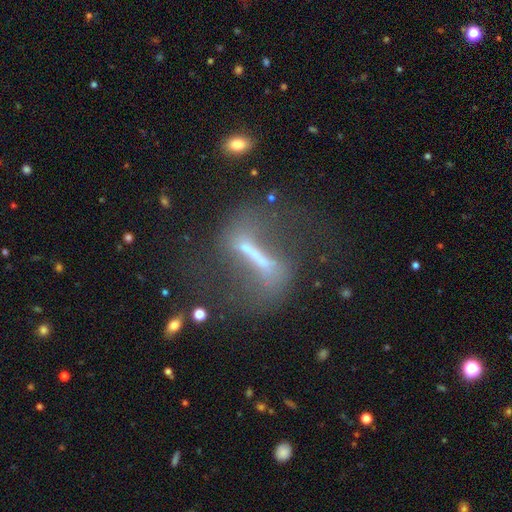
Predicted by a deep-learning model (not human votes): Smooth or featured? featured or disk (65%)
Edge-on disk? no (74%)
Merging? none (45%)